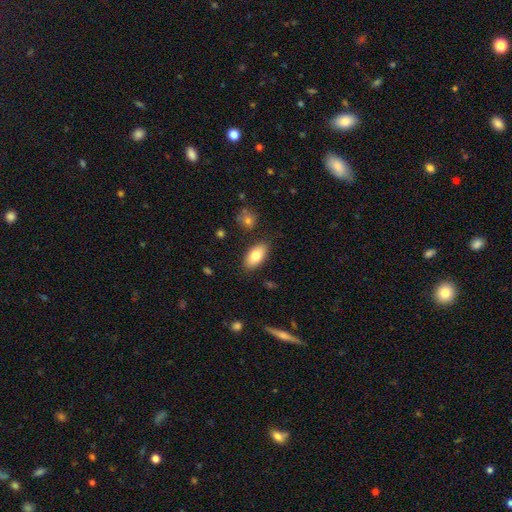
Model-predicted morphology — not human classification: Smooth or featured: smooth — 80% (featured or disk — 13%)
How rounded: in between — 93% (cigar-shaped — 4%)
Merging: none — 84% (minor disturbance — 11%)